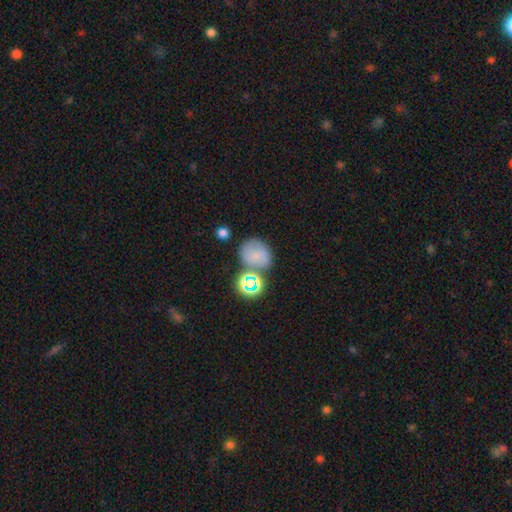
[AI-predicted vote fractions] smooth 65%, star or artifact 20%, featured or disk 15%. Down the decision tree: how rounded — round (65%); merging — none (56%).